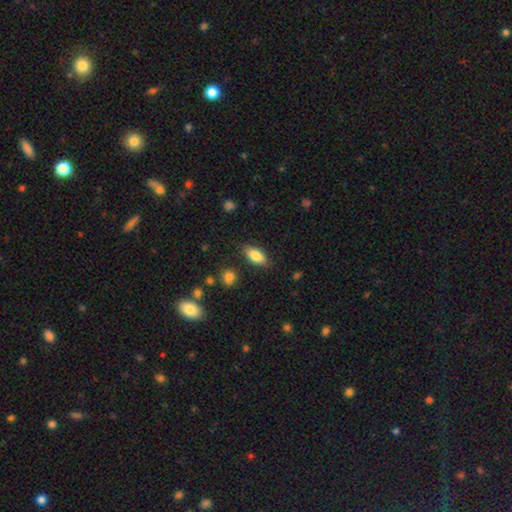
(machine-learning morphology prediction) This is clearly a smooth galaxy (81%). How rounded: clearly in between (84%). Merging: clearly none (84%).